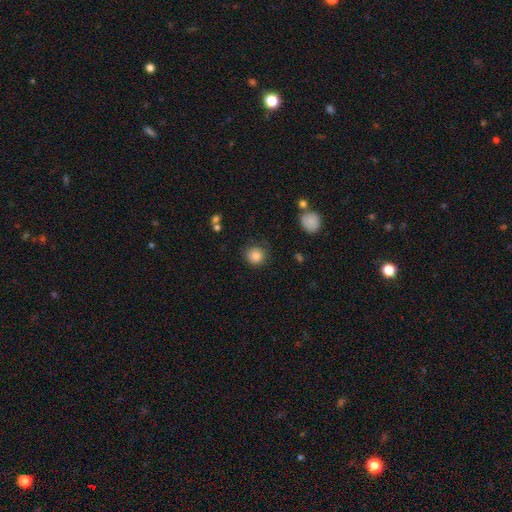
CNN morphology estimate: Q: Smooth or featured?
A: smooth (85%); runner-up: star or artifact (10%)
Q: How rounded?
A: round (91%); runner-up: in between (8%)
Q: Merging?
A: none (80%); runner-up: minor disturbance (13%)